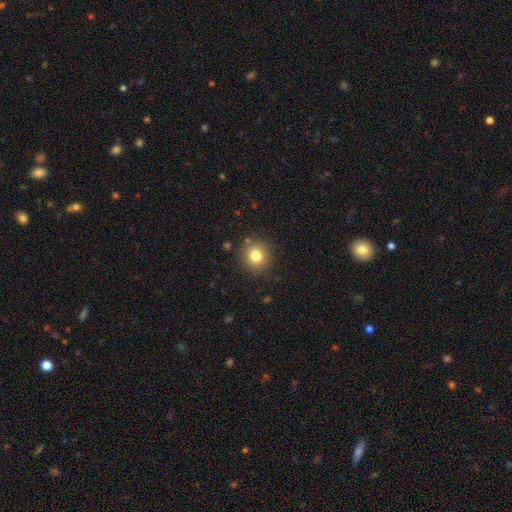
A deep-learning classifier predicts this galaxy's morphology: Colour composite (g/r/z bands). It shows a smooth galaxy with no disk features (80%) that is round (89%). Merging: none (88%).